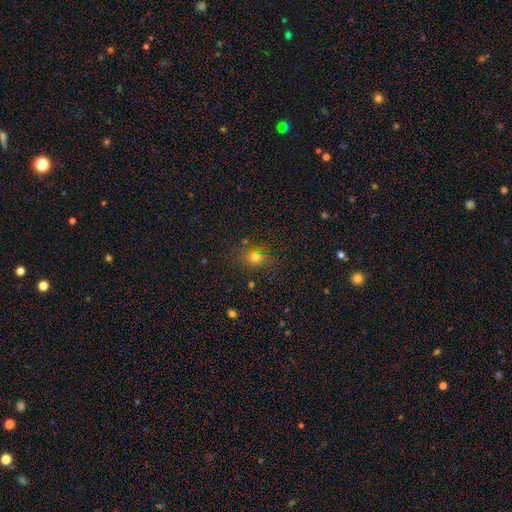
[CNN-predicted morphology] Q: Smooth or featured?
A: smooth (67%); runner-up: star or artifact (24%)
Q: How rounded?
A: round (64%); runner-up: in between (34%)
Q: Merging?
A: none (79%); runner-up: minor disturbance (13%)